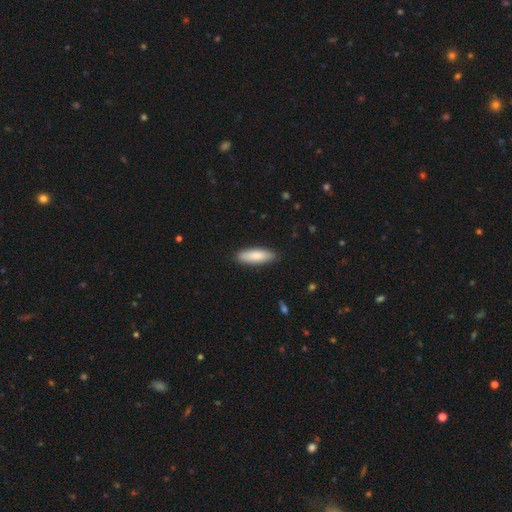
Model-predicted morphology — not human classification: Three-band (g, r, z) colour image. It shows a smooth galaxy with no disk features (85%) that is in between round and cigar-shaped (54%). Merging: none (87%).